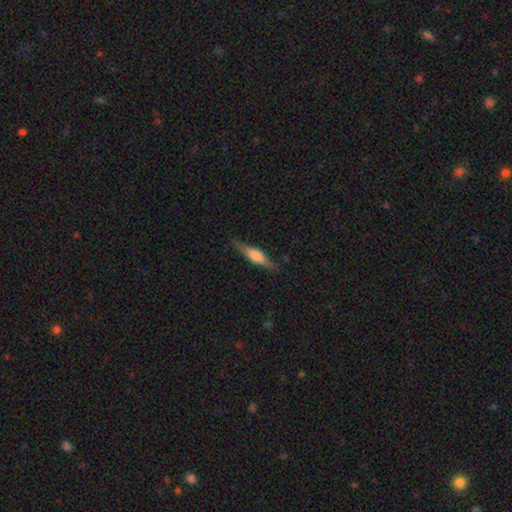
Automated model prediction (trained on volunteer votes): smooth_or_featured: featured or disk (p=0.50) [alt: smooth p=0.43]
disk_edge_on: yes (p=0.95) [alt: no p=0.05]
merging: none (p=0.82) [alt: minor disturbance p=0.13]